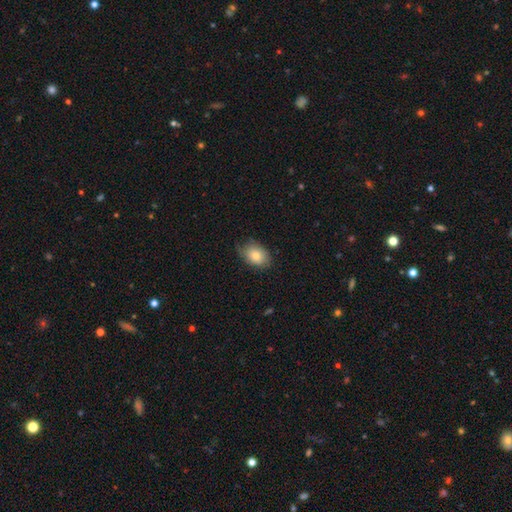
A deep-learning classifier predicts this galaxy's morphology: Smooth or featured? Predicted: smooth (p=0.76). How rounded? Predicted: in between (p=0.78). Merging? Predicted: none (p=0.69).